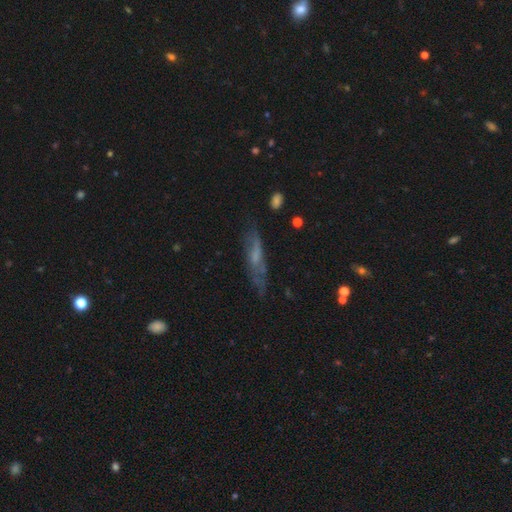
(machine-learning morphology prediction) A featured or disk galaxy (49%). Merging: none (63%).